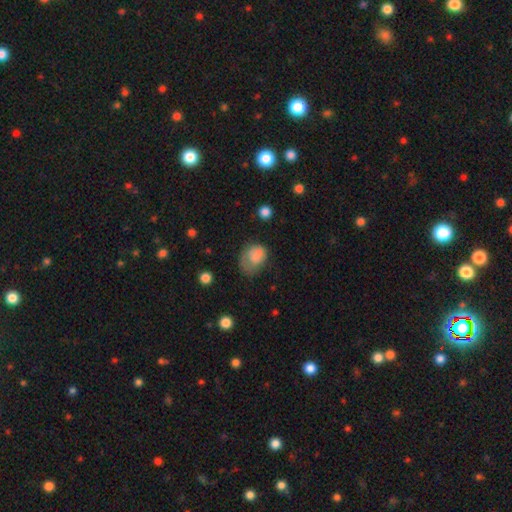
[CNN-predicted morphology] Smooth or featured: smooth — 75% (featured or disk — 16%)
How rounded: in between — 63% (round — 36%)
Merging: none — 34% (major disturbance — 33%)